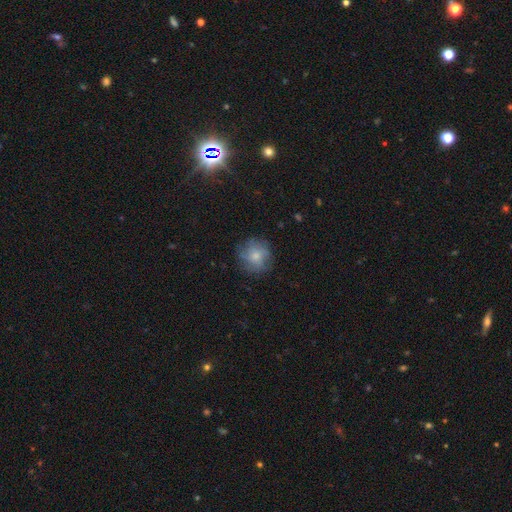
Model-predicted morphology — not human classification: A smooth galaxy with no disk features (66%) that is round (89%).

Vote fractions:
- Smooth or featured? smooth: 66% / featured or disk: 24% / star or artifact: 10%
- How rounded? round: 89% / in between: 10% / cigar-shaped: 1%
- Merging? none: 76% / minor disturbance: 16% / major disturbance: 7% / merger: 1%